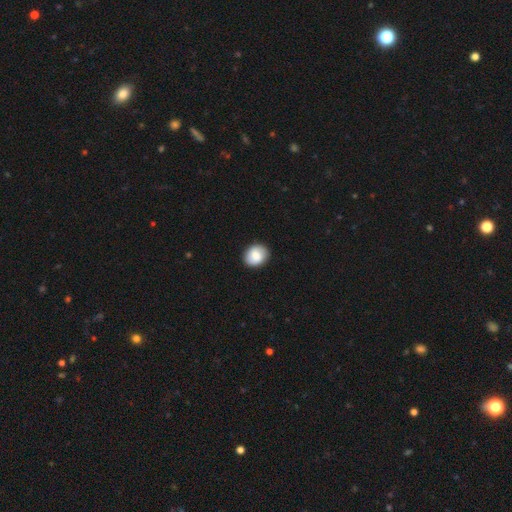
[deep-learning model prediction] smooth-or-featured: smooth: 78% | featured or disk: 14% | star or artifact: 7%
  how-rounded: round: 68% | in between: 31% | cigar-shaped: 1%
  merging: none: 89% | minor disturbance: 8% | major disturbance: 2% | merger: 1%